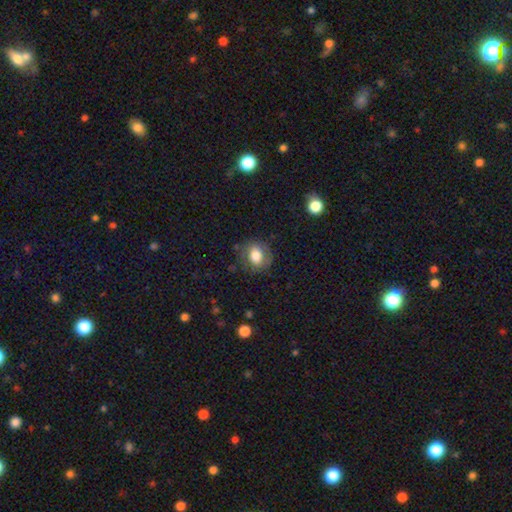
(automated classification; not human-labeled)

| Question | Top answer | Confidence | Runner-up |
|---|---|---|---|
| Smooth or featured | smooth | 70% | featured or disk (21%) |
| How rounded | round | 61% | in between (38%) |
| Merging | none | 73% | minor disturbance (17%) |